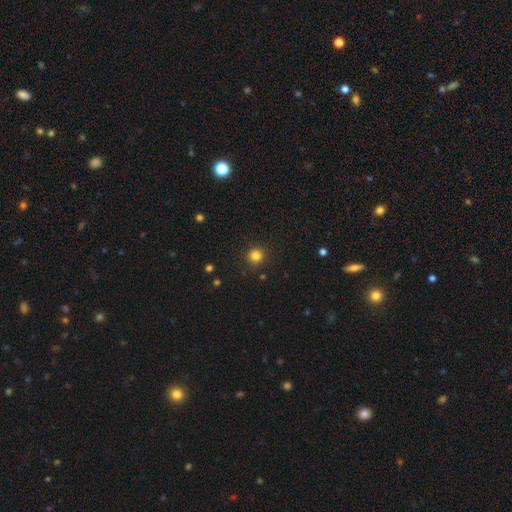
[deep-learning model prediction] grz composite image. It shows a smooth galaxy with no disk features (83%) that is round (94%). Merging: none (91%).